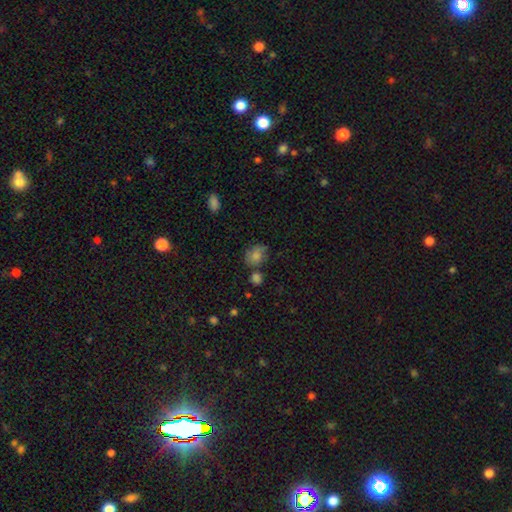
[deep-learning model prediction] smooth 68%, featured or disk 19%, star or artifact 13%. Down the decision tree: how rounded — in between (54%); merging — none (58%).